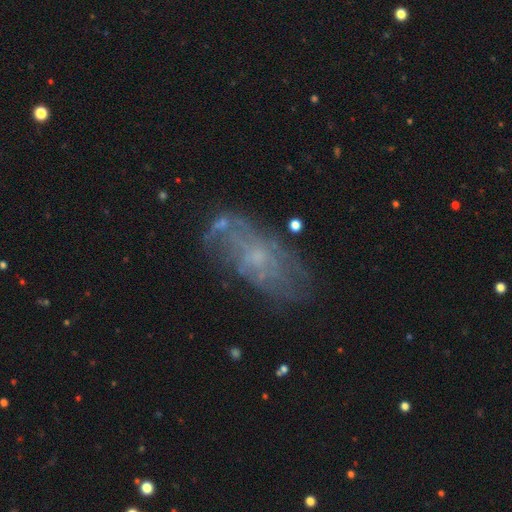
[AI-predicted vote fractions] A featured or disk galaxy (62%) with no bar (78%), spiral arms (60%) and a small central bulge (61%).

Vote fractions:
- Smooth or featured? featured or disk: 62% / smooth: 26% / star or artifact: 12%
- Edge-on disk? no: 92% / yes: 8%
- Bar? no: 78% / weak: 19% / strong: 3%
- Spiral arms? yes: 60% / no: 40%
- Bulge size? small: 61% / none: 20% / moderate: 17% / large: 2% / dominant: 1%
- Merging? none: 62% / minor disturbance: 20% / major disturbance: 12% / merger: 5%